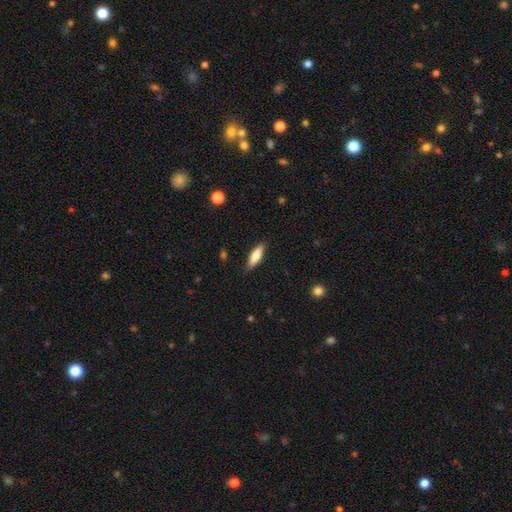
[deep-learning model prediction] smooth-or-featured: smooth: 73% | featured or disk: 21% | star or artifact: 6%
  how-rounded: cigar-shaped: 53% | in between: 46% | round: 2%
  merging: none: 87% | minor disturbance: 10% | major disturbance: 2% | merger: 1%